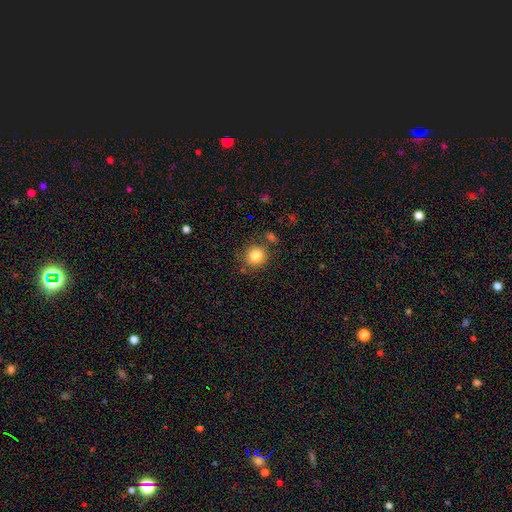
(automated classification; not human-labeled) smooth 83%, star or artifact 10%, featured or disk 6%. Down the decision tree: how rounded — round (90%); merging — none (79%).